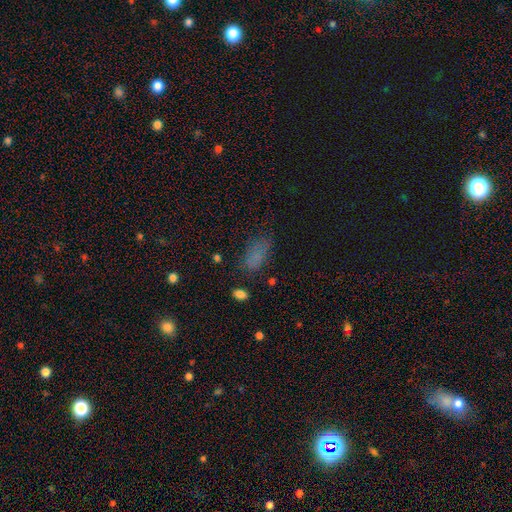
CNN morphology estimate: Smooth or featured? Predicted: smooth (p=0.72). How rounded? Predicted: in between (p=0.86). Merging? Predicted: none (p=0.60).